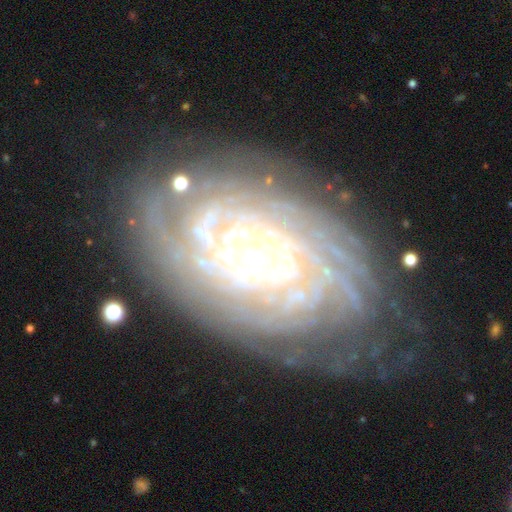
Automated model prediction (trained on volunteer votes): smooth-or-featured: featured or disk: 90% | star or artifact: 5% | smooth: 5%
  disk-edge-on: no: 96% | yes: 4%
    bar: no: 69% | weak: 21% | strong: 10%
    has-spiral-arms: yes: 97% | no: 3%
      spiral-winding: tight: 84% | medium: 13% | loose: 3%
      spiral-arm-count: more than 4: 30% | can't tell: 28% | 4: 15% | 3: 11% | 2: 9% | 1: 7%
    bulge-size: moderate: 63% | small: 26% | large: 9% | dominant: 1% | none: 1%
  merging: none: 76% | minor disturbance: 16% | major disturbance: 7% | merger: 2%